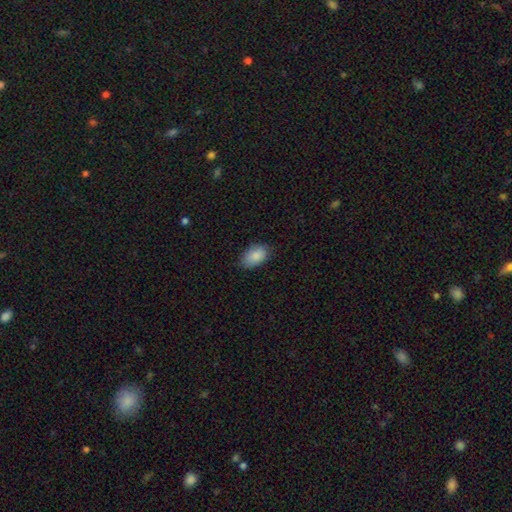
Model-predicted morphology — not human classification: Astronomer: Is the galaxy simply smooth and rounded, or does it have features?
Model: smooth — 88%.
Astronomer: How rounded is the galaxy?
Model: in between — 92%.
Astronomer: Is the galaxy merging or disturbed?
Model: none — 81%.